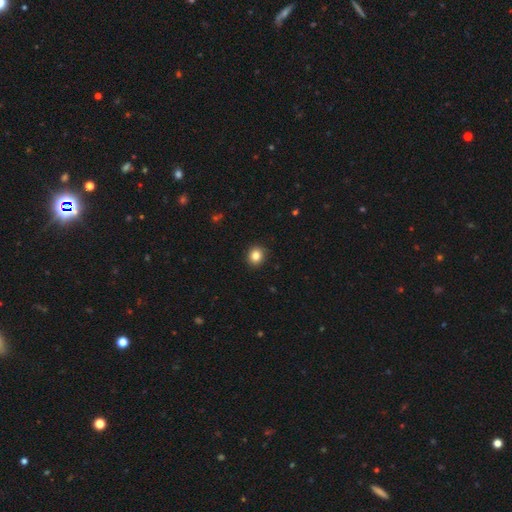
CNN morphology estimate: smooth_or_featured: smooth (p=0.84) [alt: star or artifact p=0.11]
how_rounded: round (p=0.81) [alt: in between p=0.18]
merging: none (p=0.90) [alt: minor disturbance p=0.07]